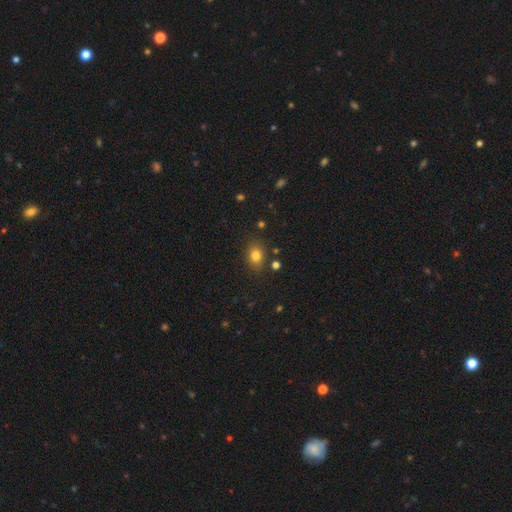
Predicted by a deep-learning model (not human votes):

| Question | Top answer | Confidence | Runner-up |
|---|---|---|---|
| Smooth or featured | smooth | 80% | star or artifact (13%) |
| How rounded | in between | 62% | round (36%) |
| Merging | none | 81% | minor disturbance (12%) |